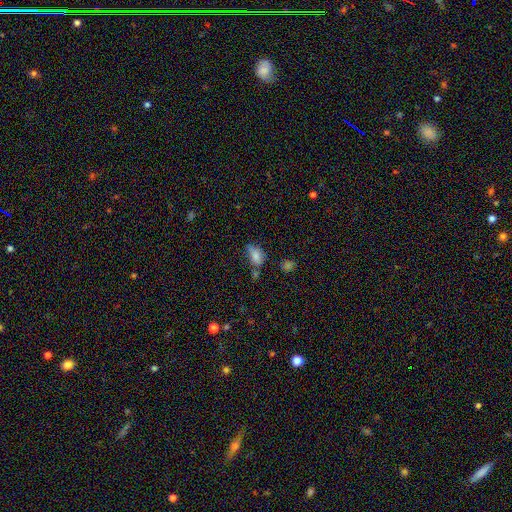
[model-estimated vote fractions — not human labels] smooth 79%, featured or disk 11%, star or artifact 10%. Down the decision tree: how rounded — in between (87%); merging — none (40%).